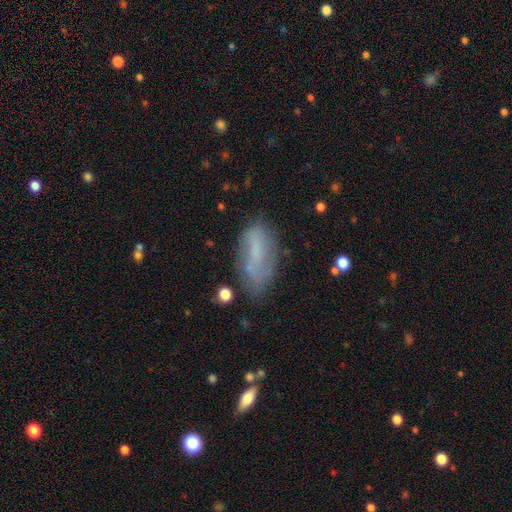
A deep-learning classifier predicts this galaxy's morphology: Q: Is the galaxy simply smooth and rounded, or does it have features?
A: smooth — 53%.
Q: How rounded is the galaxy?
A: in between — 82%.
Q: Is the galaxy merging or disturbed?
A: none — 62%.